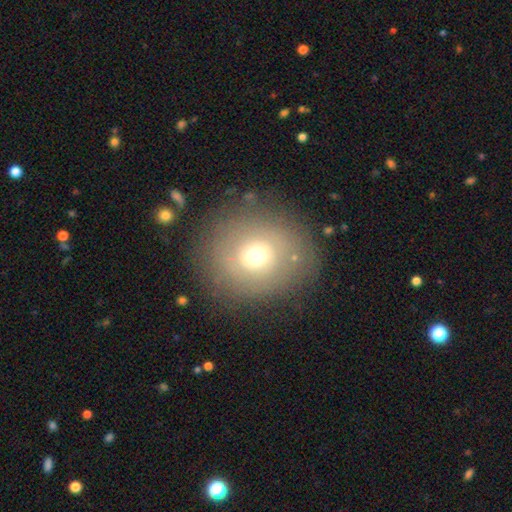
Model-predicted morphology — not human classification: Q: Smooth or featured?
A: smooth (61%); runner-up: featured or disk (25%)
Q: How rounded?
A: round (84%); runner-up: in between (15%)
Q: Merging?
A: none (81%); runner-up: minor disturbance (11%)